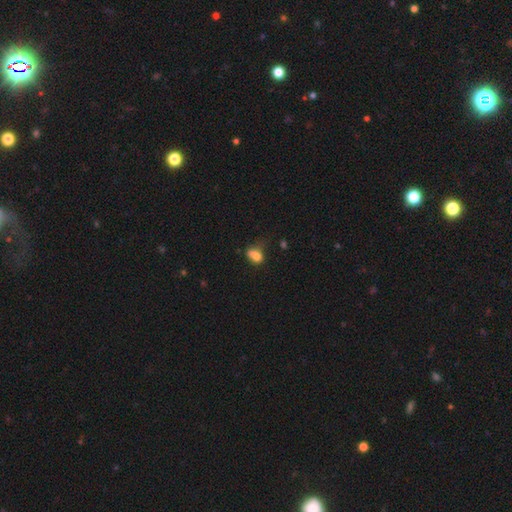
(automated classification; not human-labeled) Smooth or featured? smooth (72%)
How rounded? in between (70%)
Merging? none (30%)